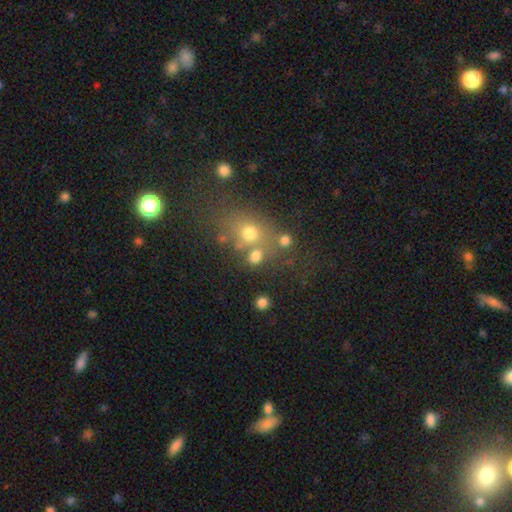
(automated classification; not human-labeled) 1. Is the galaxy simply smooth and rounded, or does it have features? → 72% smooth, 17% star or artifact, 10% featured or disk.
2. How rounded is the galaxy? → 62% round, 36% in between, 2% cigar-shaped.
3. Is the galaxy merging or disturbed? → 61% none, 22% merger, 11% minor disturbance, 7% major disturbance.